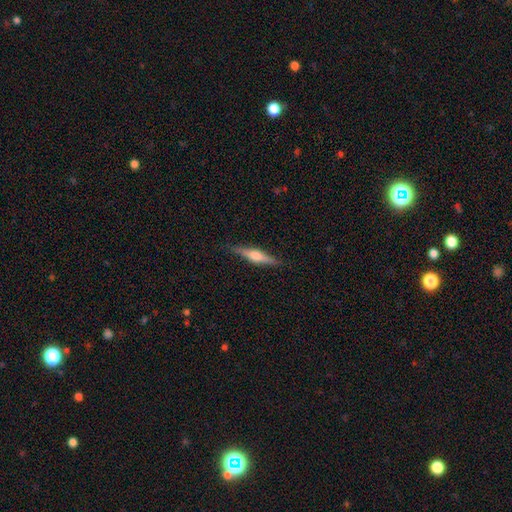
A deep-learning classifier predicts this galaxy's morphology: Overall: featured or disk (64%; smooth 29%). Edge-on disk: yes (97%). Edge-on bulge: rounded (89%). Merging: none (88%).